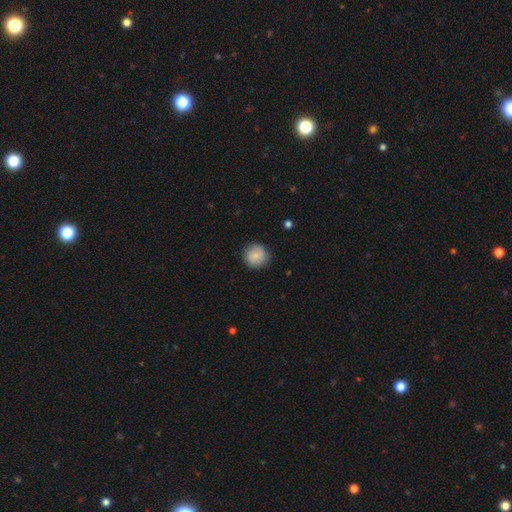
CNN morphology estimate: Smooth or featured? Predicted: smooth (p=0.84). How rounded? Predicted: round (p=0.94). Merging? Predicted: none (p=0.87).